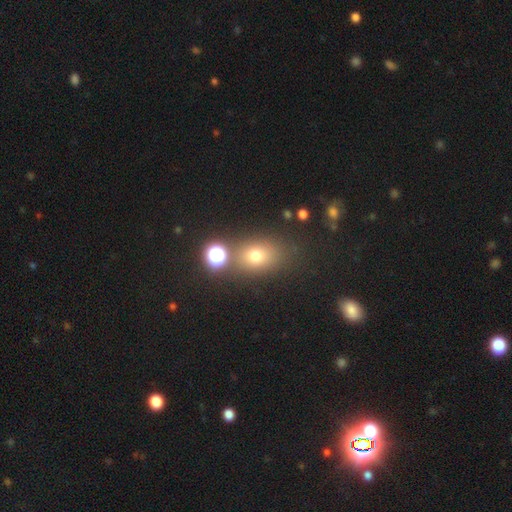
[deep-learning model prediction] smooth-or-featured: smooth: 69% | star or artifact: 19% | featured or disk: 12%
  how-rounded: in between: 55% | round: 43% | cigar-shaped: 2%
  merging: none: 71% | minor disturbance: 13% | merger: 10% | major disturbance: 6%